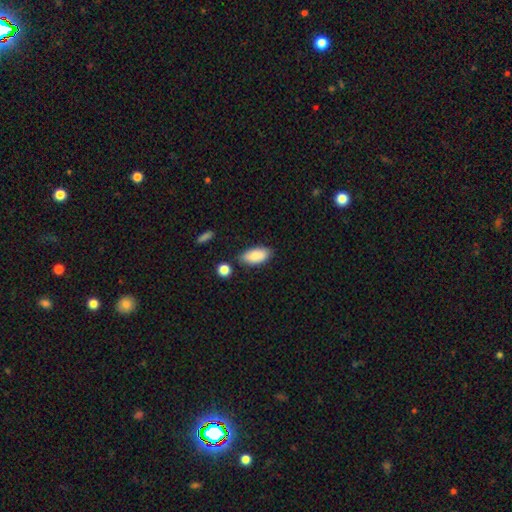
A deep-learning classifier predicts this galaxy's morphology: smooth 85%, featured or disk 8%, star or artifact 7%. Down the decision tree: how rounded — in between (92%); merging — none (75%).